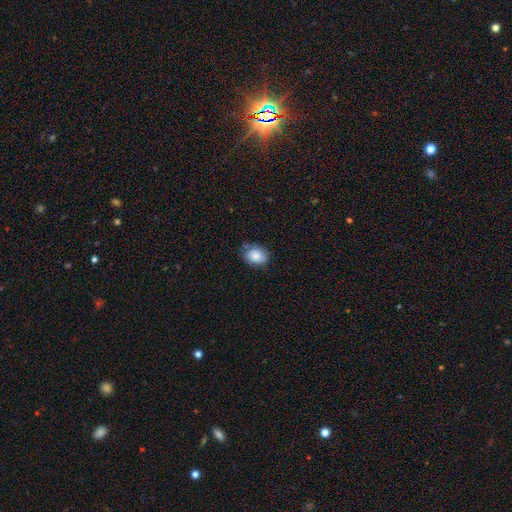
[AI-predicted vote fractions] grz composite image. It shows a smooth galaxy with no disk features (82%) that is in between round and cigar-shaped (68%). Merging: none (67%).